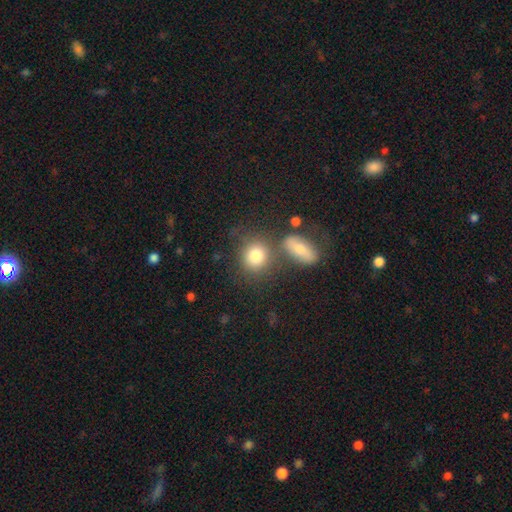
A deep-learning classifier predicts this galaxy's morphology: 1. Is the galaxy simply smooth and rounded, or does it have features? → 80% smooth, 10% featured or disk, 10% star or artifact.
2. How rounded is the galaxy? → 73% round, 25% in between, 2% cigar-shaped.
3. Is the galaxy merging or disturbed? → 62% none, 21% merger, 12% minor disturbance, 5% major disturbance.